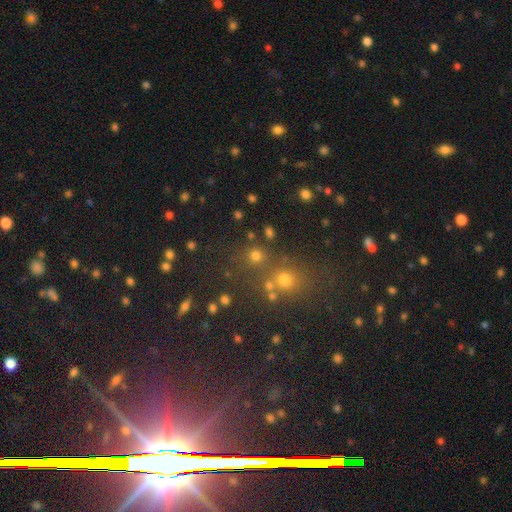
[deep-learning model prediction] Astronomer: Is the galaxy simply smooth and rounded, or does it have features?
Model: smooth — 71%.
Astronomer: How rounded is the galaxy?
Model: round — 89%.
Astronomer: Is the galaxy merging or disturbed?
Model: none — 70%.